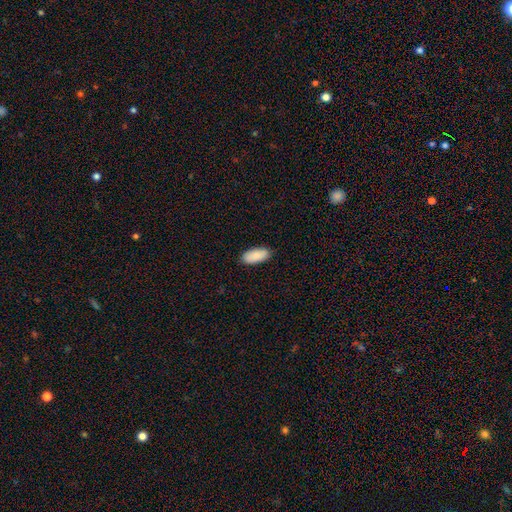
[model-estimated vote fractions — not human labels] smooth 90%, star or artifact 6%, featured or disk 4%. Down the decision tree: how rounded — in between (90%); merging — none (88%).